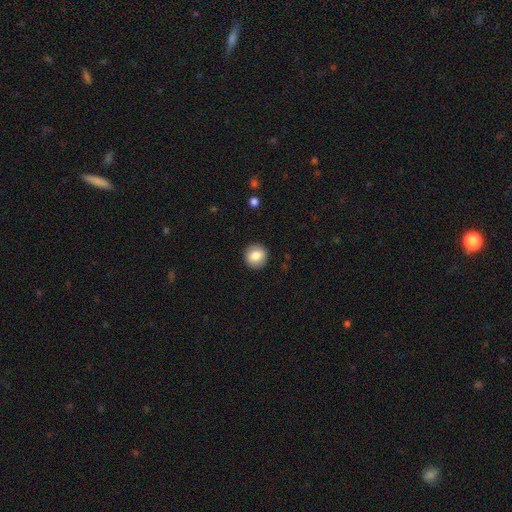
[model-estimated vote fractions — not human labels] Overall: smooth (83%). How rounded: round (92%). Merging: none (91%).